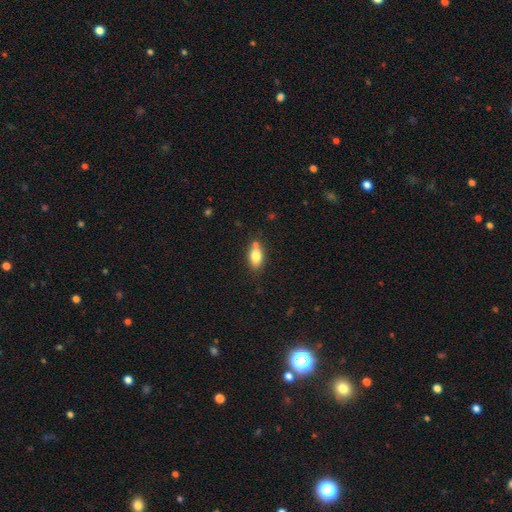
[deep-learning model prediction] This appears to be a smooth galaxy with no disk features (80%) that is in between round and cigar-shaped (86%). Merging: none (67%).